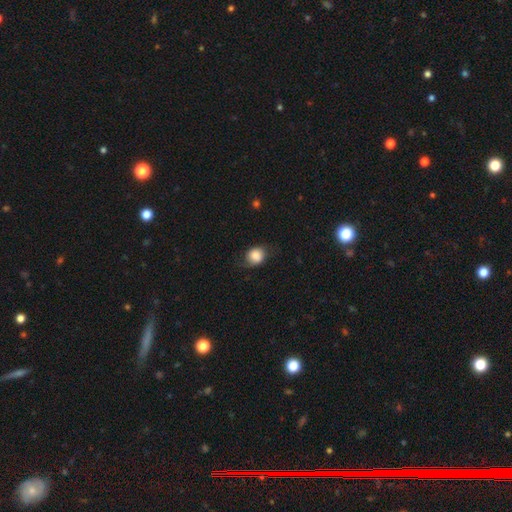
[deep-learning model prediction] A smooth galaxy with no disk features (79%) that is round (63%). Merging: none (66%).